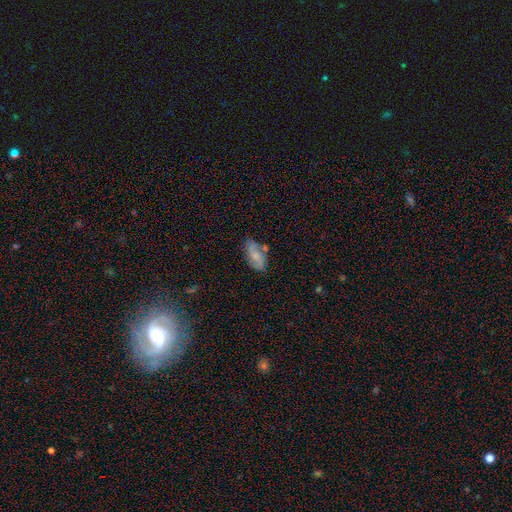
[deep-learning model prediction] smooth 47%, featured or disk 45%, star or artifact 8%. Down the decision tree: merging — none (60%).